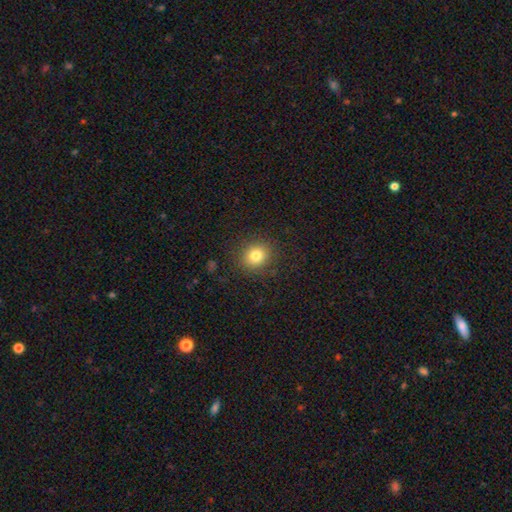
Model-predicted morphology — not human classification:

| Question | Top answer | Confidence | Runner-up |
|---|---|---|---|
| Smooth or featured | smooth | 80% | star or artifact (12%) |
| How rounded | round | 79% | in between (20%) |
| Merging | none | 87% | minor disturbance (8%) |